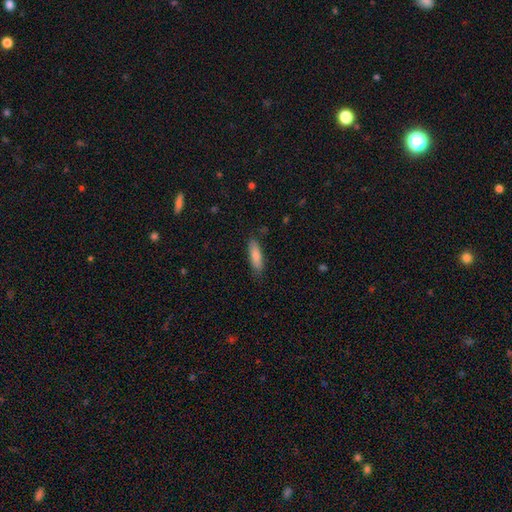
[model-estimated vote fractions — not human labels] The model was most divided on "how rounded": cigar-shaped: 54%, in between: 44%, round: 2%. More confident: smooth or featured — smooth (84%); merging — none (81%).